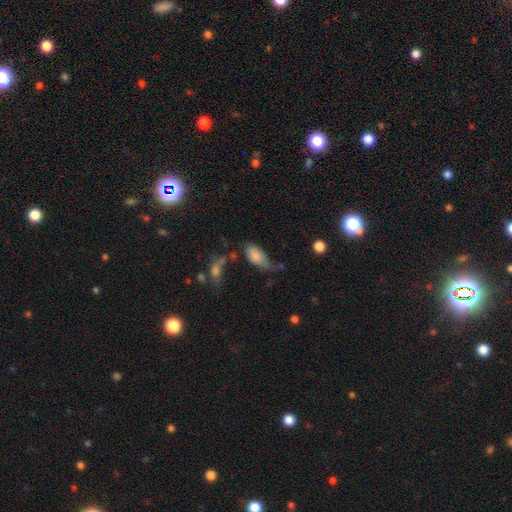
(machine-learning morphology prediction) Smooth or featured: smooth — 77% (featured or disk — 14%)
How rounded: in between — 92% (cigar-shaped — 4%)
Merging: minor disturbance — 34% (none — 32%)